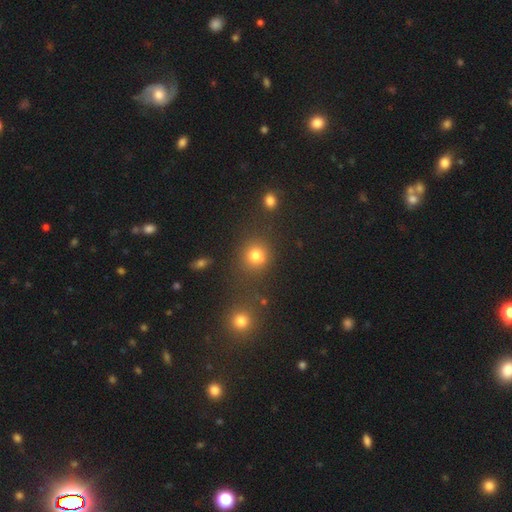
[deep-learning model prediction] smooth-or-featured: smooth: 75% | star or artifact: 17% | featured or disk: 8%
  how-rounded: round: 82% | in between: 17% | cigar-shaped: 1%
  merging: none: 66% | merger: 17% | minor disturbance: 12% | major disturbance: 5%